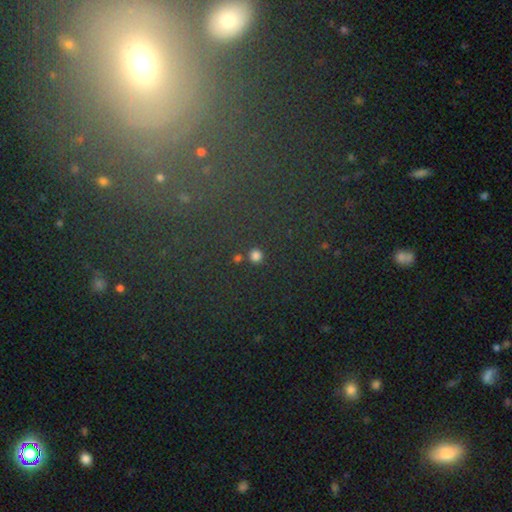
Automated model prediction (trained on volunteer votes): Overall: smooth (76%). How rounded: round (93%). Merging: none (85%).